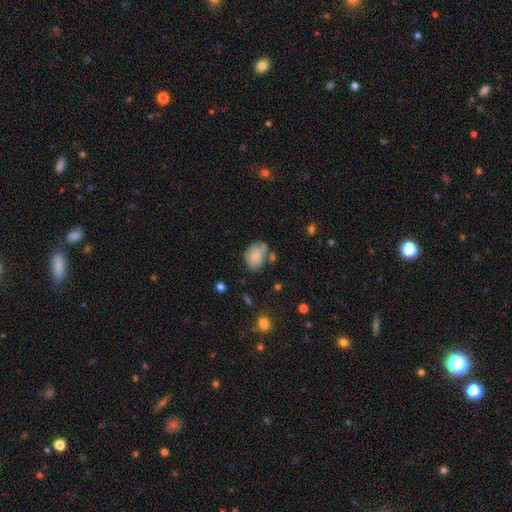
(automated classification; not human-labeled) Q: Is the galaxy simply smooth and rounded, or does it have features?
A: smooth — 73%.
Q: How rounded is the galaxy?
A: in between — 66%.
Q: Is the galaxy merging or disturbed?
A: none — 48%.